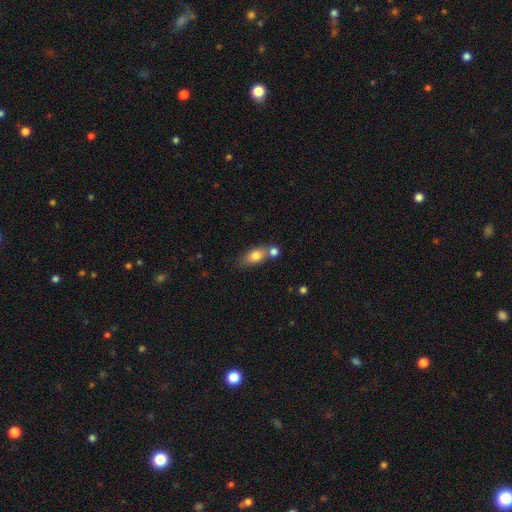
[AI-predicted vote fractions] A smooth galaxy with no disk features (77%) that is in between round and cigar-shaped (76%). Merging: none (46%).